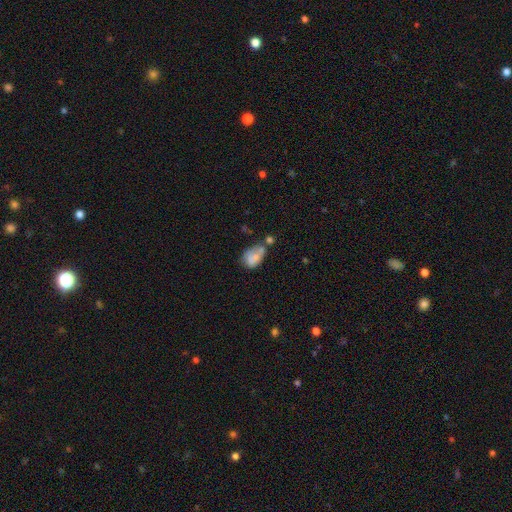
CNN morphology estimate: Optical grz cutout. It shows a smooth galaxy with no disk features (66%) that is in between round and cigar-shaped (82%). Merging: merger (35%).